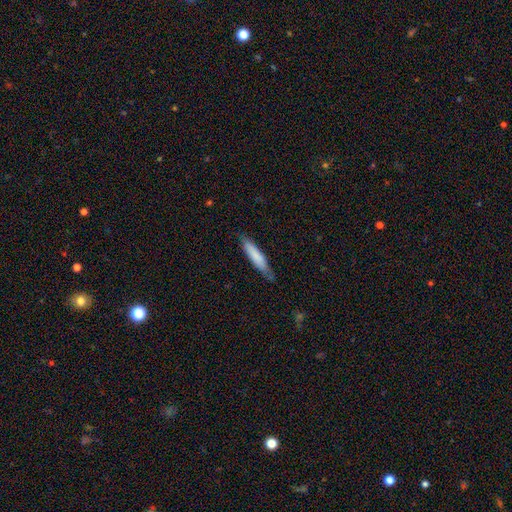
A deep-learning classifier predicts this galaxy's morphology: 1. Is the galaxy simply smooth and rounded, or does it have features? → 78% smooth, 17% featured or disk, 5% star or artifact.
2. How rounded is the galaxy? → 84% cigar-shaped, 14% in between, 1% round.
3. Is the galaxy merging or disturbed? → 77% none, 19% minor disturbance, 3% major disturbance, 1% merger.